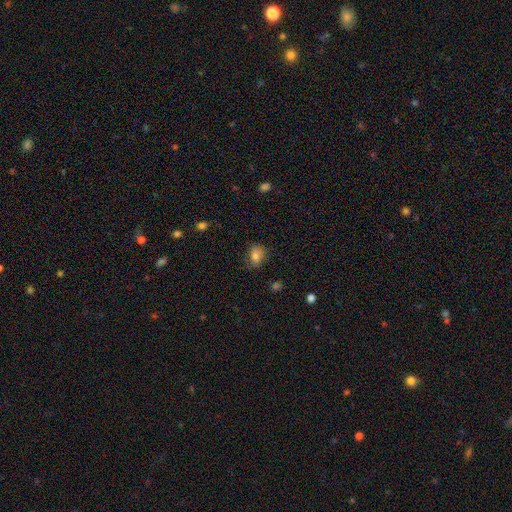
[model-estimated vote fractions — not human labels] Overall: smooth (81%). How rounded: in between (58%; round 41%). Merging: none (73%).